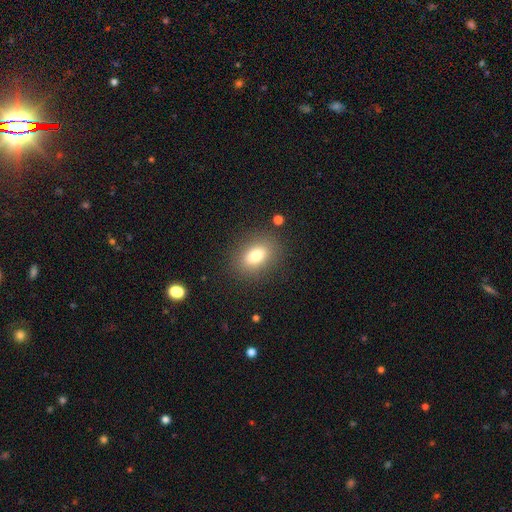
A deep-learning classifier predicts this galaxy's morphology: This is likely a smooth galaxy (79%). How rounded: likely in between (79%). Merging: clearly none (84%).